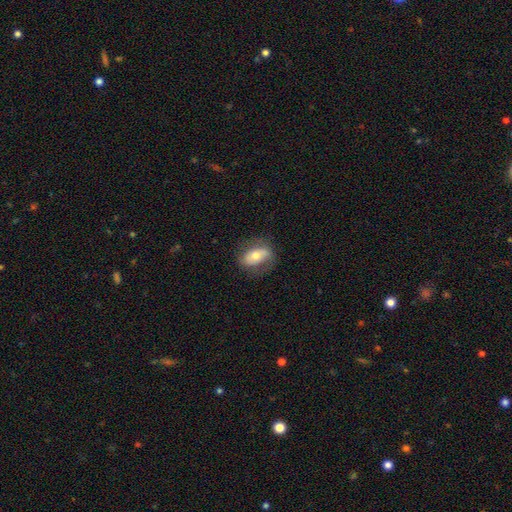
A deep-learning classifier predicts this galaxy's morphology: type=smooth (57%); roundness=in between (83%); merging=none (73%).